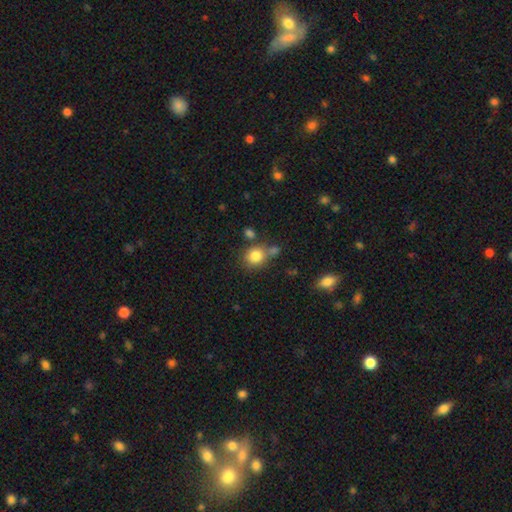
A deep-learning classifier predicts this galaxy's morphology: smooth 82%, star or artifact 10%, featured or disk 7%. Down the decision tree: how rounded — round (77%); merging — none (63%).